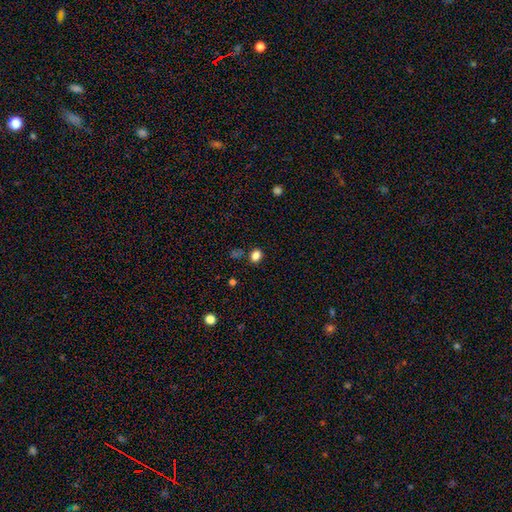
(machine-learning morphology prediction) smooth-or-featured: smooth: 81% | star or artifact: 15% | featured or disk: 4%
  how-rounded: in between: 51% | round: 48% | cigar-shaped: 1%
  merging: none: 81% | minor disturbance: 12% | merger: 4% | major disturbance: 3%